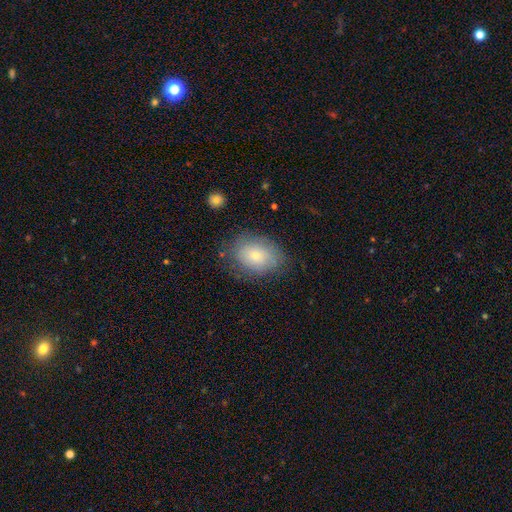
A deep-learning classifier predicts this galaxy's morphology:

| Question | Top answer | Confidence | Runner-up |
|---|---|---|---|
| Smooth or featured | smooth | 76% | featured or disk (16%) |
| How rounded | in between | 77% | round (22%) |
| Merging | none | 72% | minor disturbance (20%) |